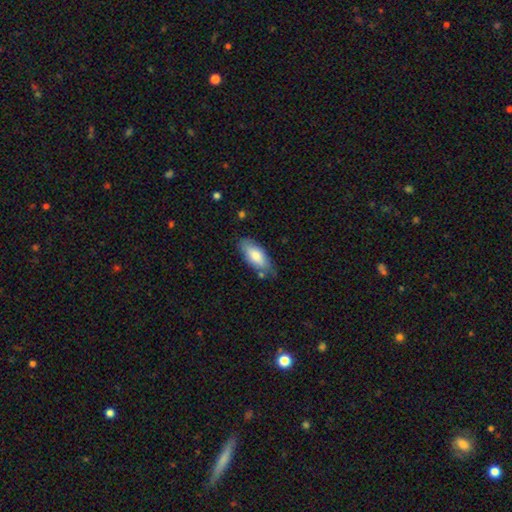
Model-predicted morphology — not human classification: This is likely a smooth galaxy (79%). How rounded: clearly in between (82%). Merging: likely none (72%).